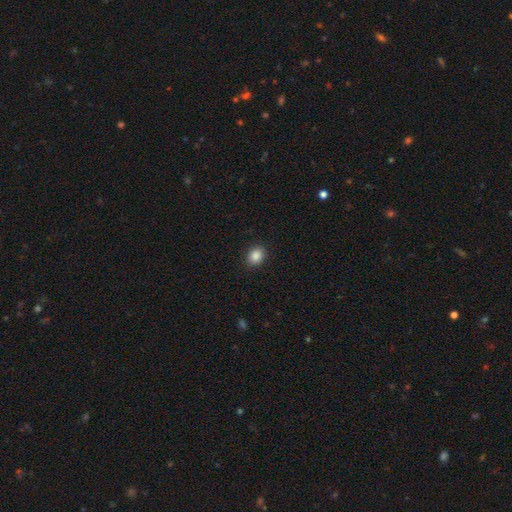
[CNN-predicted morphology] type=smooth (87%); roundness=round (50%); merging=none (90%).